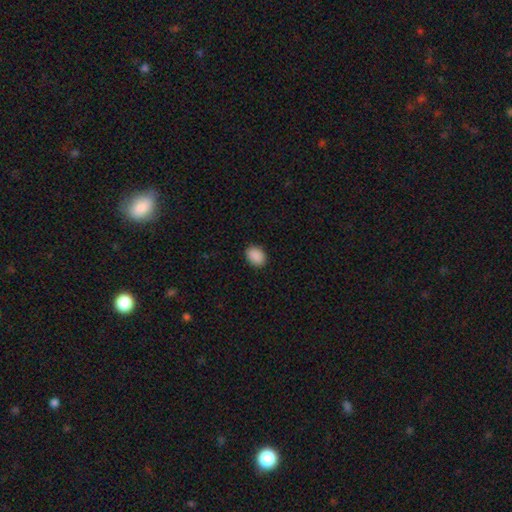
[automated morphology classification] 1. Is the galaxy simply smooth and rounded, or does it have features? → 90% smooth, 7% star or artifact, 2% featured or disk.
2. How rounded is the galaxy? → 71% in between, 28% round, 1% cigar-shaped.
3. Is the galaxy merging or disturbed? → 89% none, 8% minor disturbance, 2% major disturbance, 1% merger.